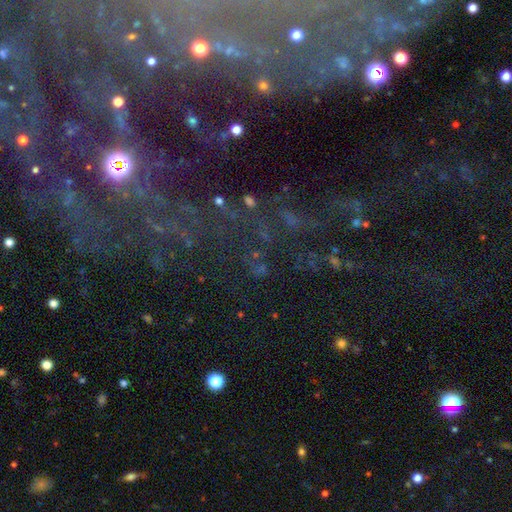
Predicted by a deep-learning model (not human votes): Smooth or featured: star or artifact — 61% (featured or disk — 26%)